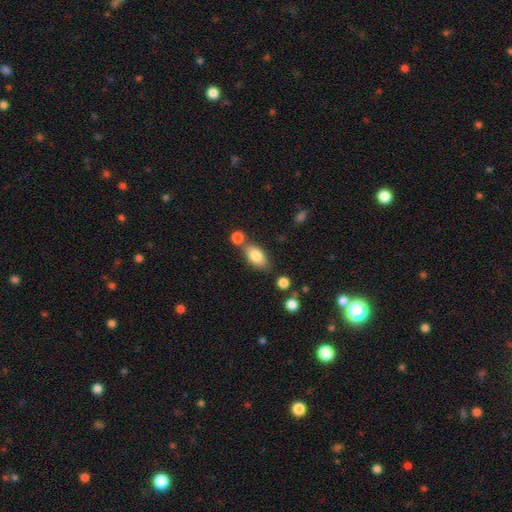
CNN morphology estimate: smooth 82%, featured or disk 10%, star or artifact 7%. Down the decision tree: how rounded — in between (89%); merging — none (64%).